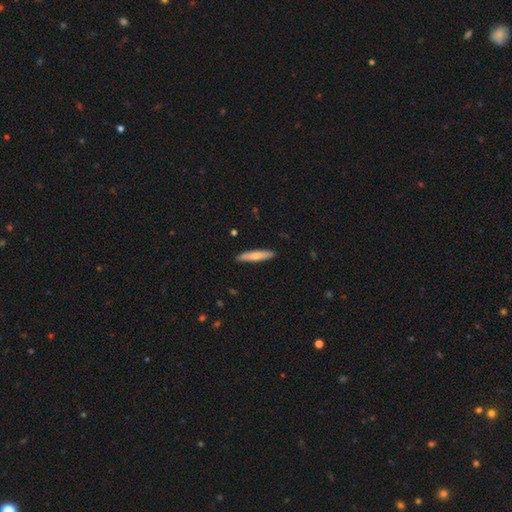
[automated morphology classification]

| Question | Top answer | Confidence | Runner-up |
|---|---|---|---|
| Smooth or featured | smooth | 65% | featured or disk (30%) |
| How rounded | cigar-shaped | 89% | in between (10%) |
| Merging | none | 89% | minor disturbance (8%) |